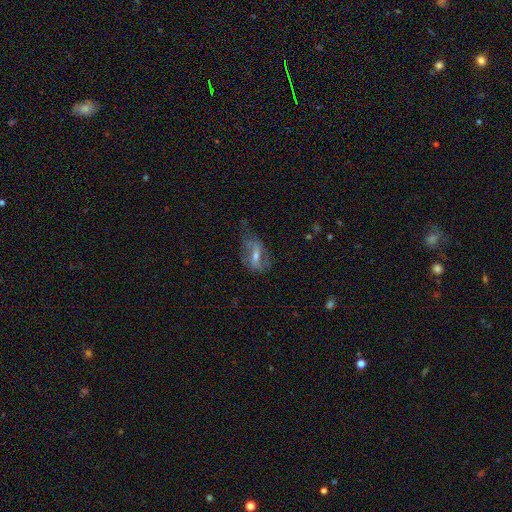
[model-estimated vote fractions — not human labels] Smooth or featured: featured or disk — 61% (smooth — 30%)
Edge-on disk: no — 90% (yes — 10%)
Bar: weak — 41% (strong — 36%)
Spiral arms: yes — 67% (no — 33%)
Bulge size: moderate — 50% (small — 40%)
Merging: none — 53% (minor disturbance — 27%)